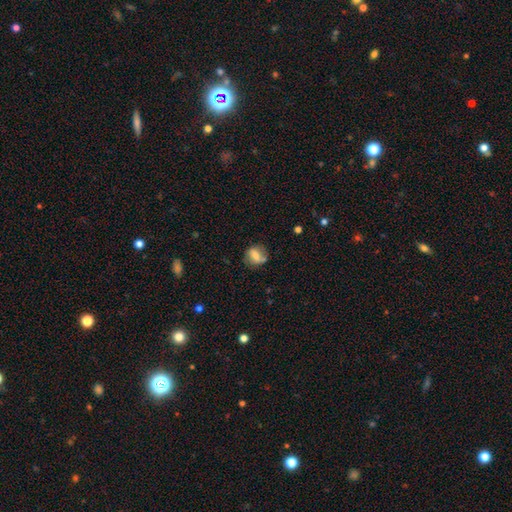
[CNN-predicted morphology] Smooth or featured?
  - smooth: 62% *
  - featured or disk: 29%
  - star or artifact: 9%
How rounded?
  - round: 58% *
  - in between: 39%
  - cigar-shaped: 2%
Merging?
  - none: 64% *
  - minor disturbance: 22%
  - major disturbance: 8%
  - merger: 6%